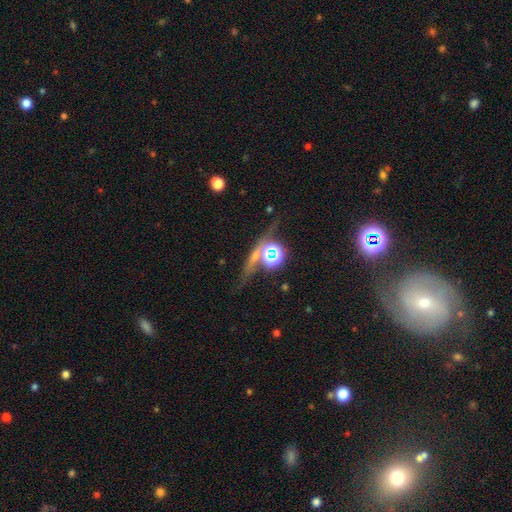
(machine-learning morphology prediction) Smooth or featured? Predicted: star or artifact (p=0.53).